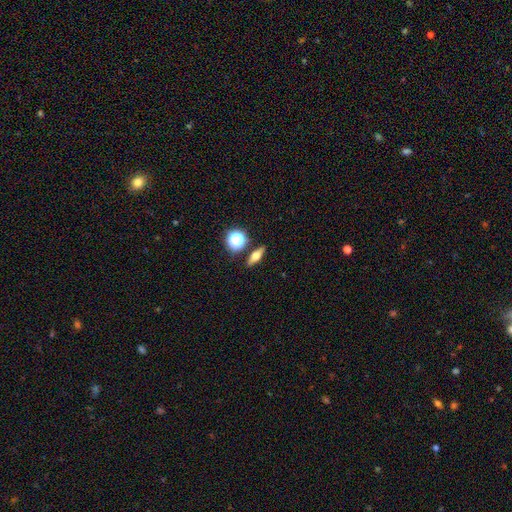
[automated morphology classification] A featured or disk galaxy (44%, tied with smooth).

Vote fractions:
- Smooth or featured? featured or disk: 44% (tied) / smooth: 44% (tied) / star or artifact: 12%
- Merging? none: 85% / minor disturbance: 8% / merger: 5% / major disturbance: 2%